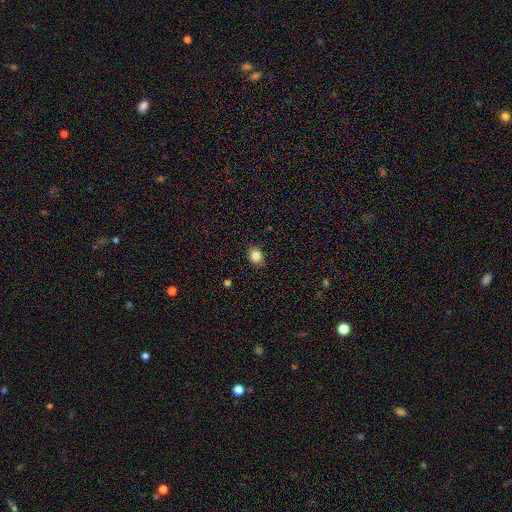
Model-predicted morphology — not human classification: This is clearly a smooth galaxy (84%). How rounded: possibly round (60%). Merging: clearly none (84%).